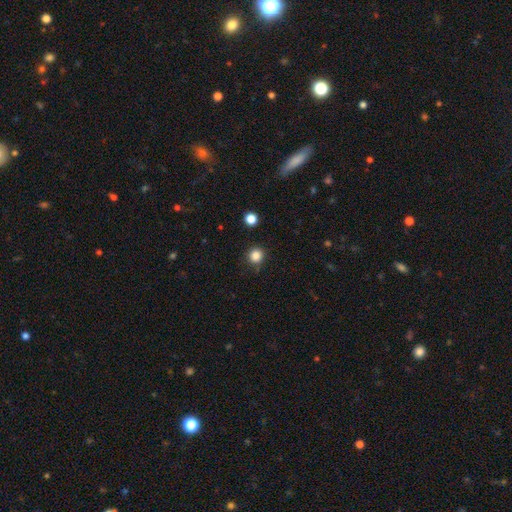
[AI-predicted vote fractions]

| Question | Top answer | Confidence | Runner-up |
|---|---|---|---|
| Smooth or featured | smooth | 85% | star or artifact (12%) |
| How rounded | round | 92% | in between (7%) |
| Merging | none | 87% | minor disturbance (9%) |